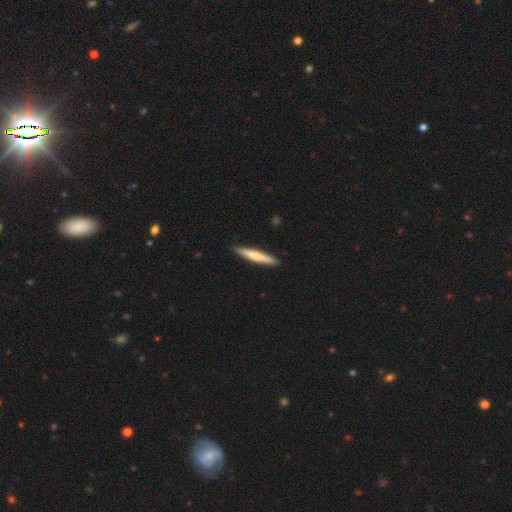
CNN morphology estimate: Smooth or featured?
  - smooth: 62% *
  - featured or disk: 33%
  - star or artifact: 5%
How rounded?
  - cigar-shaped: 94% *
  - in between: 5%
  - round: 1%
Merging?
  - none: 90% *
  - minor disturbance: 8%
  - major disturbance: 1%
  - merger: 1%